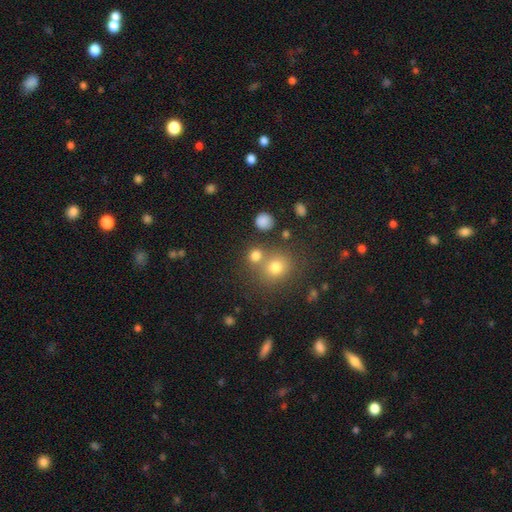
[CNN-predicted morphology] Smooth or featured: smooth — 75% (star or artifact — 17%)
How rounded: round — 81% (in between — 18%)
Merging: none — 60% (merger — 28%)